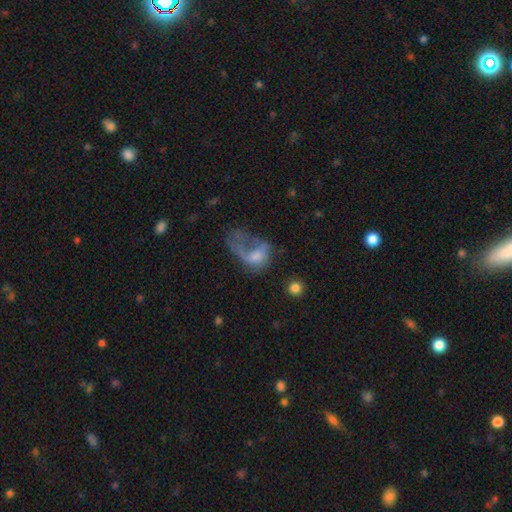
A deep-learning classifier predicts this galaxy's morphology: The model was most divided on "smooth or featured": featured or disk: 47%, smooth: 41%, star or artifact: 13%. More confident: merging — major disturbance (63%).